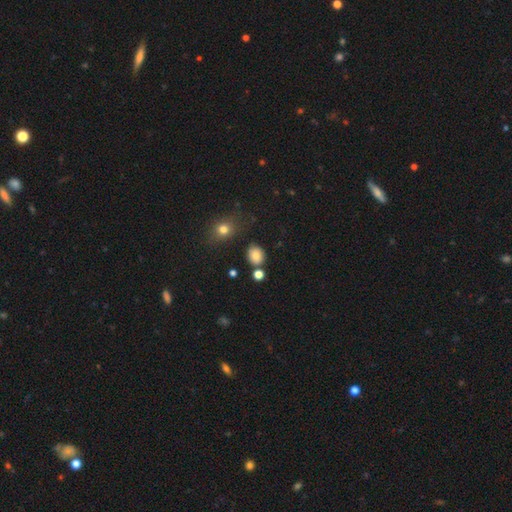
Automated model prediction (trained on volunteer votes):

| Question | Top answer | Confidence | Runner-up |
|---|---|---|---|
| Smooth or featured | smooth | 81% | star or artifact (12%) |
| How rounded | round | 66% | in between (33%) |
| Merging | none | 77% | minor disturbance (12%) |